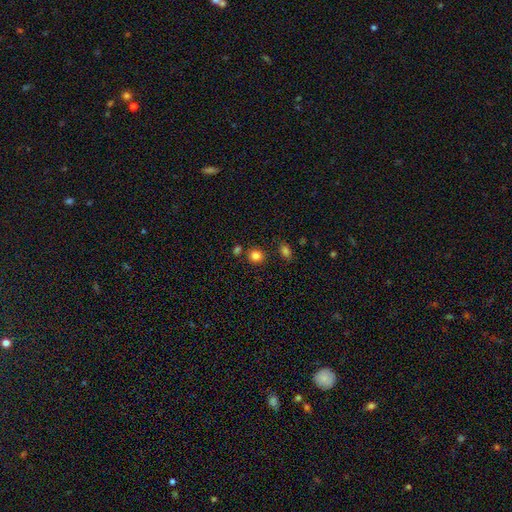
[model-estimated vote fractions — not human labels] This is clearly a smooth galaxy (84%). How rounded: clearly round (85%). Merging: clearly none (82%).